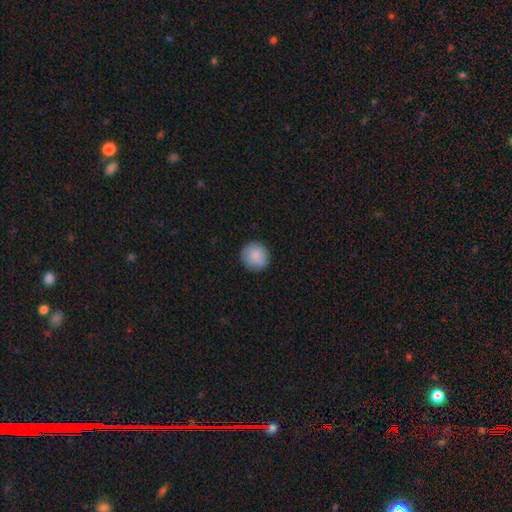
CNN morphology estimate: smooth 87%, star or artifact 7%, featured or disk 6%. Down the decision tree: how rounded — round (93%); merging — none (88%).